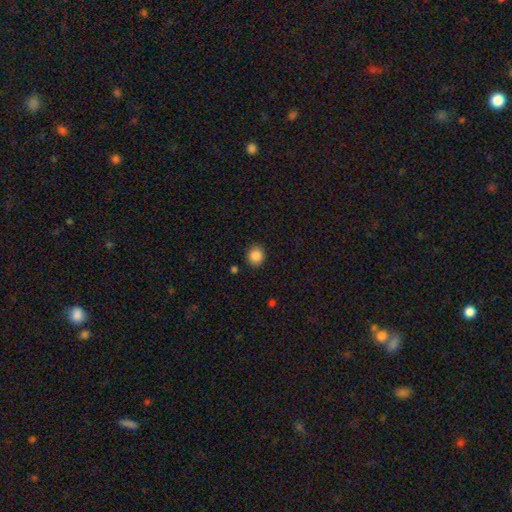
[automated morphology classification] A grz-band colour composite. It shows a smooth galaxy with no disk features (86%) that is round (87%). Merging: none (90%).